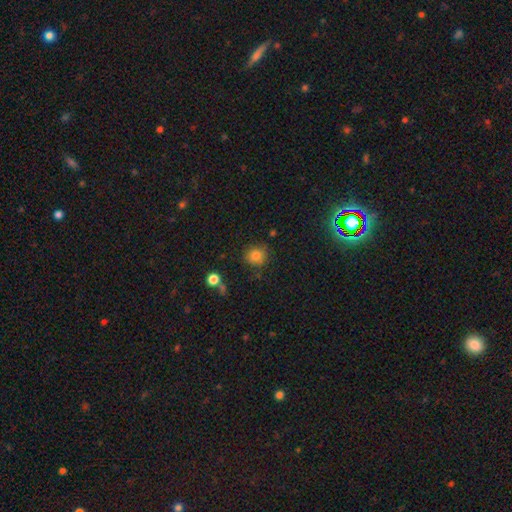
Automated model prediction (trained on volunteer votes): A smooth galaxy with no disk features (80%) that is round (85%).

Vote fractions:
- Smooth or featured? smooth: 80% / star or artifact: 13% / featured or disk: 7%
- How rounded? round: 85% / in between: 14% / cigar-shaped: 1%
- Merging? none: 77% / minor disturbance: 15% / major disturbance: 4% / merger: 4%